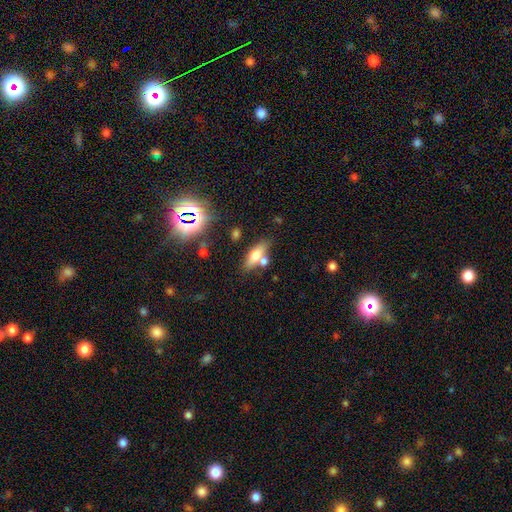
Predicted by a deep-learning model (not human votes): A smooth galaxy with no disk features (61%) that is in between round and cigar-shaped (64%). Merging: none (60%).